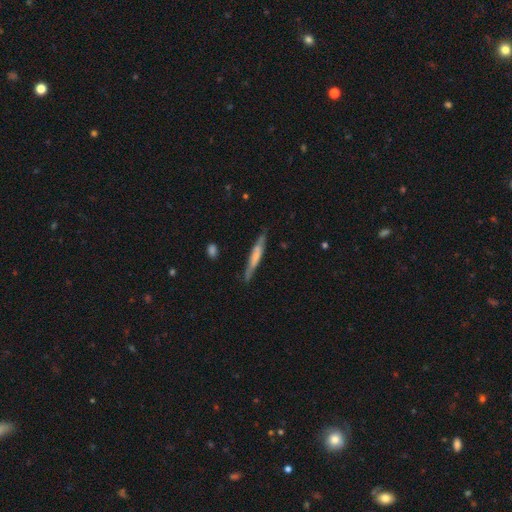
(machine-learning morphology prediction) Smooth or featured? Predicted: featured or disk (p=0.47, tied with smooth). Merging? Predicted: none (p=0.77).